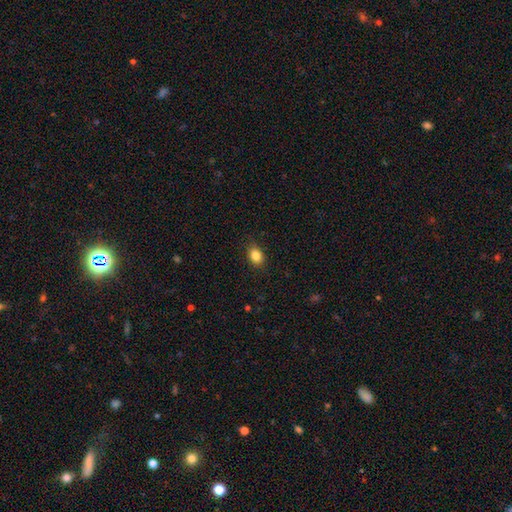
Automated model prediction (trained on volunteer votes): smooth 85%, star or artifact 10%, featured or disk 6%. Down the decision tree: how rounded — in between (64%); merging — none (84%).